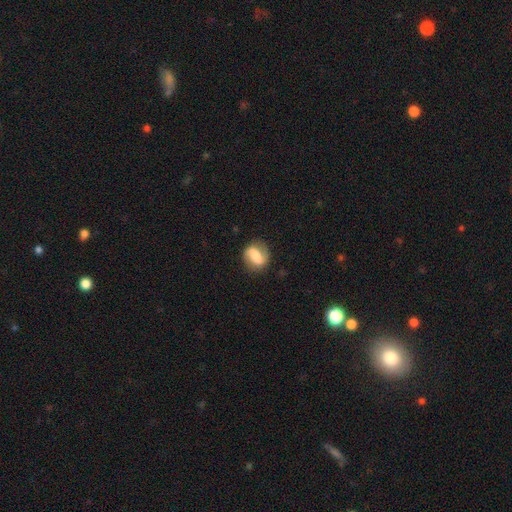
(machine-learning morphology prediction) Smooth or featured: featured or disk — 56% (smooth — 36%)
Edge-on disk: no — 96% (yes — 4%)
Bar: strong — 46% (weak — 35%)
Spiral arms: yes — 85% (no — 15%)
Bulge size: moderate — 34% (small — 28%)
Merging: none — 78% (minor disturbance — 15%)